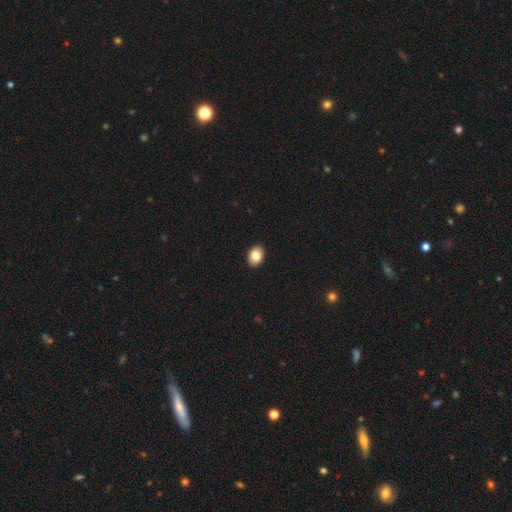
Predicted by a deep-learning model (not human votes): Morphology: type=smooth (83%); roundness=in between (75%); merging=none (92%).